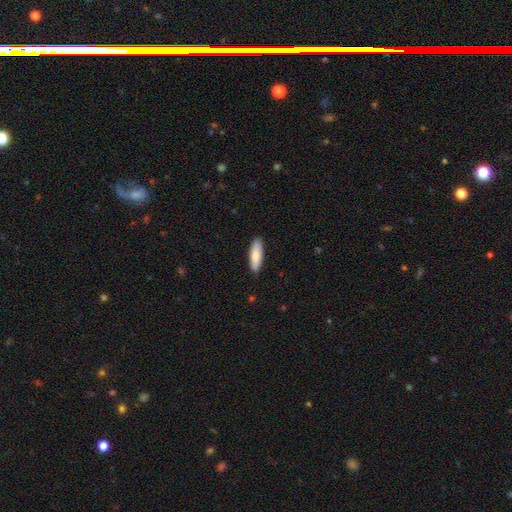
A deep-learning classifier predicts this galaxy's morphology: Overall: smooth (83%). How rounded: cigar-shaped (52%; in between 47%). Merging: none (89%).